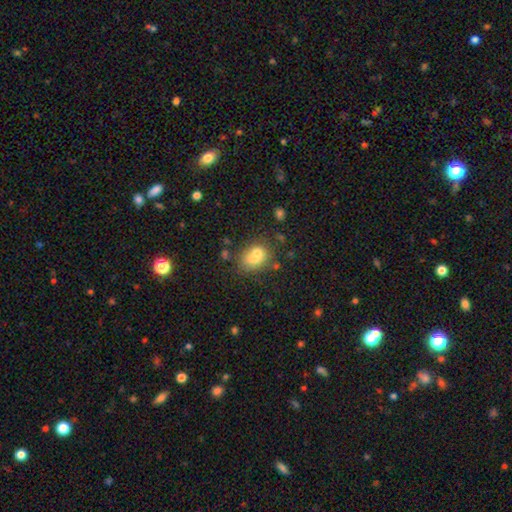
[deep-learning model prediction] Smooth or featured? Predicted: smooth (p=0.66). How rounded? Predicted: in between (p=0.53). Merging? Predicted: merger (p=0.49).